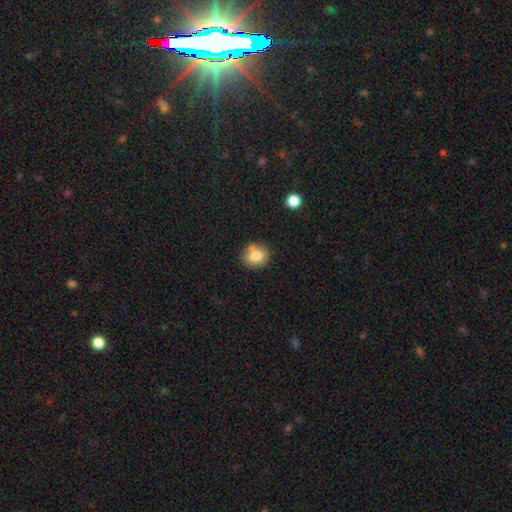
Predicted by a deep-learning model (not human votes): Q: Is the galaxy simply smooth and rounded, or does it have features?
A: smooth — 81%.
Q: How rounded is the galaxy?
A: round — 61%.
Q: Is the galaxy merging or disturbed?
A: none — 66%.